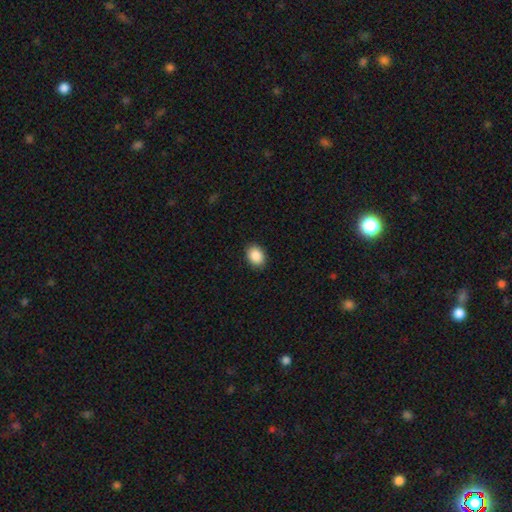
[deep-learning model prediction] Smooth or featured? Predicted: smooth (p=0.89). How rounded? Predicted: in between (p=0.71). Merging? Predicted: none (p=0.89).